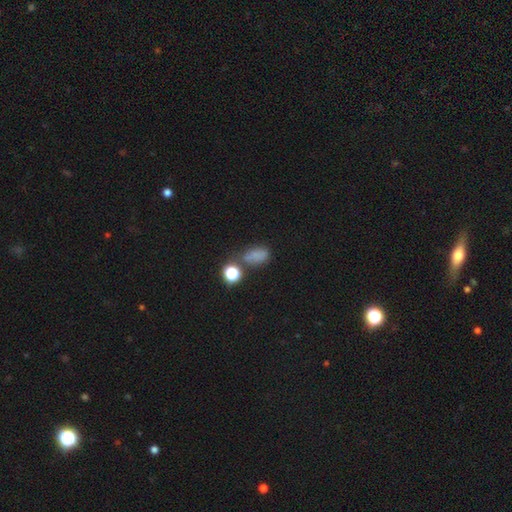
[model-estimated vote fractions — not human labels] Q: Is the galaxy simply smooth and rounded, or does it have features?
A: smooth — 66%.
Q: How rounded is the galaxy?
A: in between — 75%.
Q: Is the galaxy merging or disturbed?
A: none — 51%.